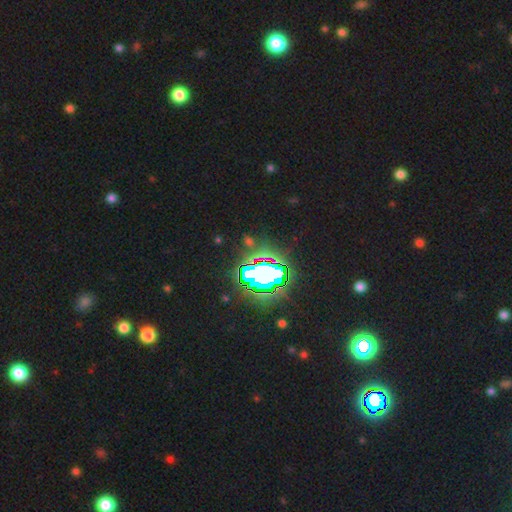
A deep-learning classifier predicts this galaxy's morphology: Smooth or featured? star or artifact (80%)